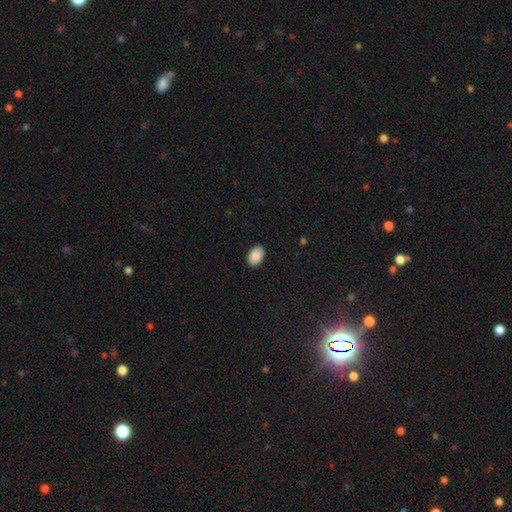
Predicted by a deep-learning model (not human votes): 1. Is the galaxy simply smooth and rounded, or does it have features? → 90% smooth, 7% star or artifact, 3% featured or disk.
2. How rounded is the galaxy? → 88% in between, 11% round, 1% cigar-shaped.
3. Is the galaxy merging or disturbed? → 89% none, 8% minor disturbance, 2% major disturbance, 1% merger.